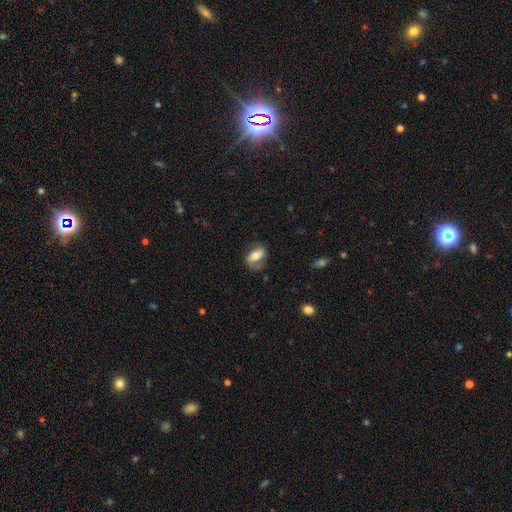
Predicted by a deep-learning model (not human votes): This is likely a smooth galaxy (61%). How rounded: clearly in between (86%). Merging: likely none (65%).